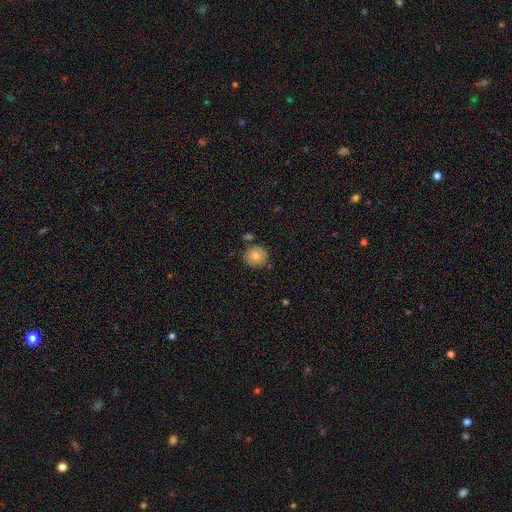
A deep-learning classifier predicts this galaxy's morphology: Smooth or featured?
  - smooth: 75% *
  - featured or disk: 16%
  - star or artifact: 9%
How rounded?
  - round: 91% *
  - in between: 8%
  - cigar-shaped: 1%
Merging?
  - none: 81% *
  - minor disturbance: 11%
  - merger: 5%
  - major disturbance: 2%